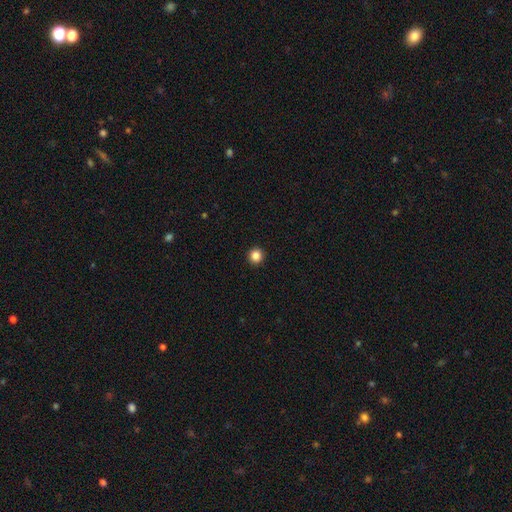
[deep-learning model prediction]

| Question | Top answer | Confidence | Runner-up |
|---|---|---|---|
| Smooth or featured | smooth | 85% | star or artifact (11%) |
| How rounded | round | 95% | in between (4%) |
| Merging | none | 94% | minor disturbance (4%) |